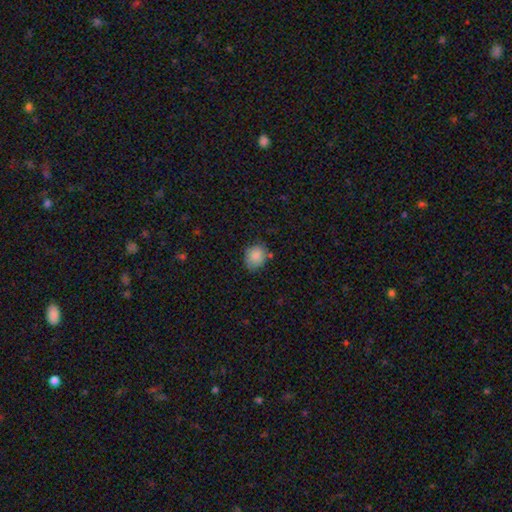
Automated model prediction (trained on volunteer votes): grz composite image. It shows a smooth galaxy with no disk features (86%) that is round (65%). Merging: none (70%).